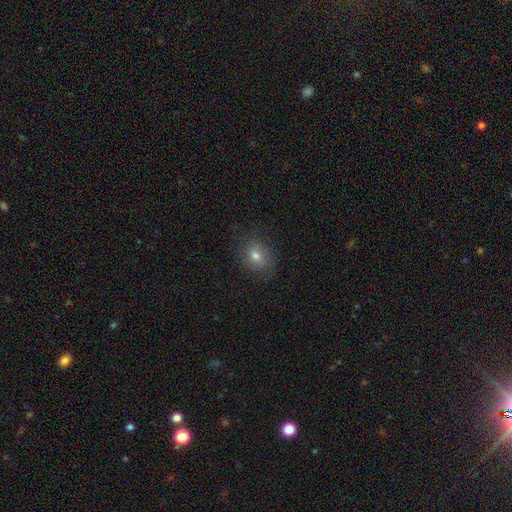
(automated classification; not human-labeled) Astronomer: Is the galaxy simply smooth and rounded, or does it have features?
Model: smooth — 69%.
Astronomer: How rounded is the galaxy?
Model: round — 55% (runner-up: in between, 44%).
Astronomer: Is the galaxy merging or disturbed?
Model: none — 75%.